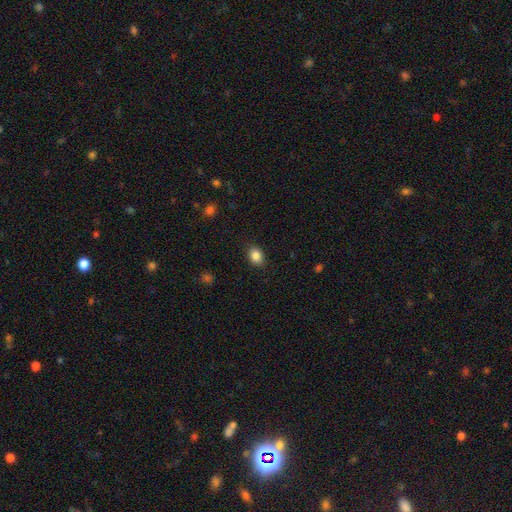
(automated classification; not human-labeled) This appears to be a smooth galaxy with no disk features (87%) that is in between round and cigar-shaped (70%). Merging: none (87%).